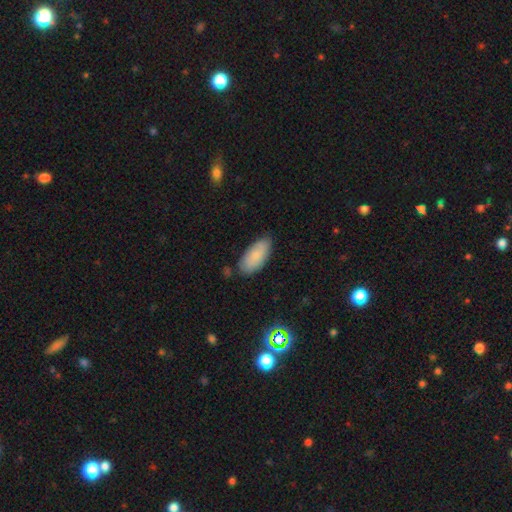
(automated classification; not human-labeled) Q: Smooth or featured?
A: smooth (79%); runner-up: featured or disk (13%)
Q: How rounded?
A: in between (89%); runner-up: cigar-shaped (9%)
Q: Merging?
A: none (77%); runner-up: minor disturbance (18%)